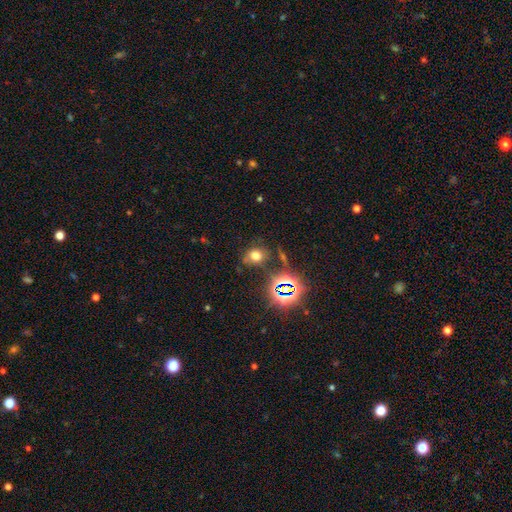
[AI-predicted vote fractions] Overall: smooth (60%; star or artifact 28%). How rounded: in between (54%; round 44%). Merging: none (67%).